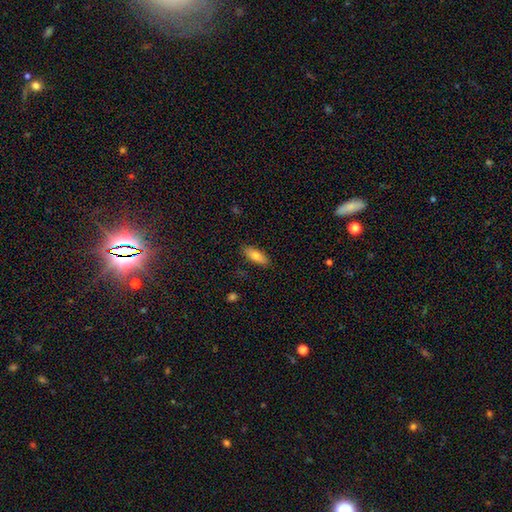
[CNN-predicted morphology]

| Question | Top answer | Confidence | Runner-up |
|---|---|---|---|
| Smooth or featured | smooth | 78% | featured or disk (15%) |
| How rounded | in between | 73% | cigar-shaped (25%) |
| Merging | none | 86% | minor disturbance (10%) |